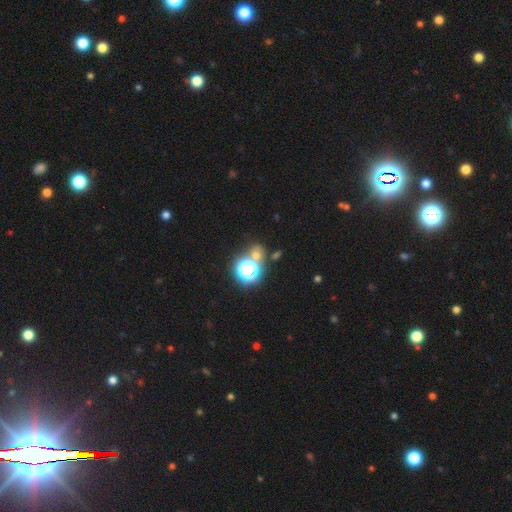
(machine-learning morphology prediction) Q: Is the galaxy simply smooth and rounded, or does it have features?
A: smooth — 48%.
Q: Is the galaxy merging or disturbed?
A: none — 64%.